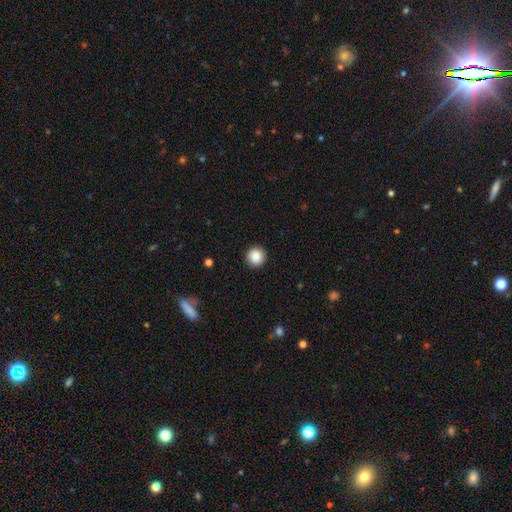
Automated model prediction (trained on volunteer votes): smooth_or_featured: smooth (p=0.88) [alt: star or artifact p=0.09]
how_rounded: round (p=0.95) [alt: in between p=0.04]
merging: none (p=0.92) [alt: minor disturbance p=0.05]